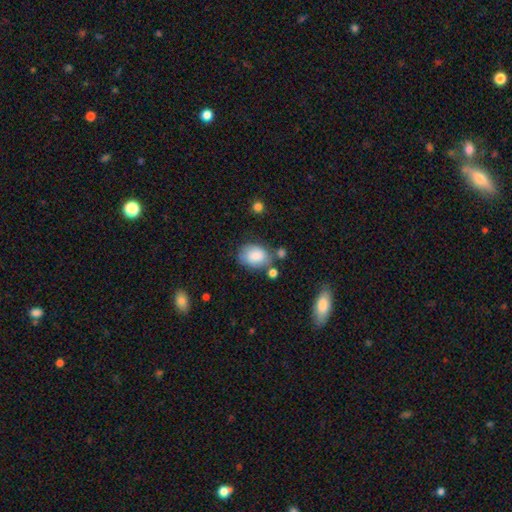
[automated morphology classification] A smooth galaxy with no disk features (82%) that is in between round and cigar-shaped (69%).

Vote fractions:
- Smooth or featured? smooth: 82% / featured or disk: 11% / star or artifact: 8%
- How rounded? in between: 69% / round: 29% / cigar-shaped: 1%
- Merging? none: 59% / minor disturbance: 23% / merger: 10% / major disturbance: 8%